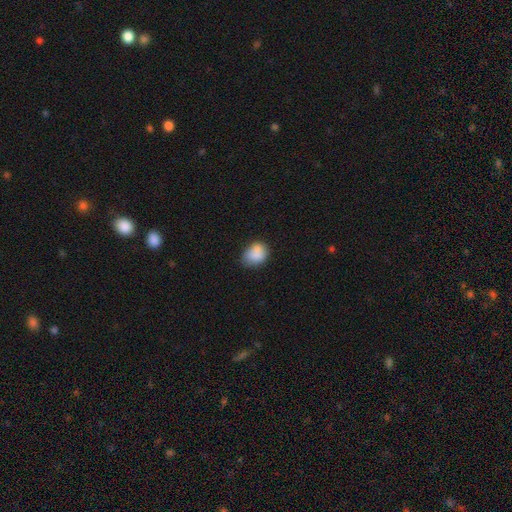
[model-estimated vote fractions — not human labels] This appears to be a smooth galaxy with no disk features (82%) that is in between round and cigar-shaped (57%). Merging: none (54%).